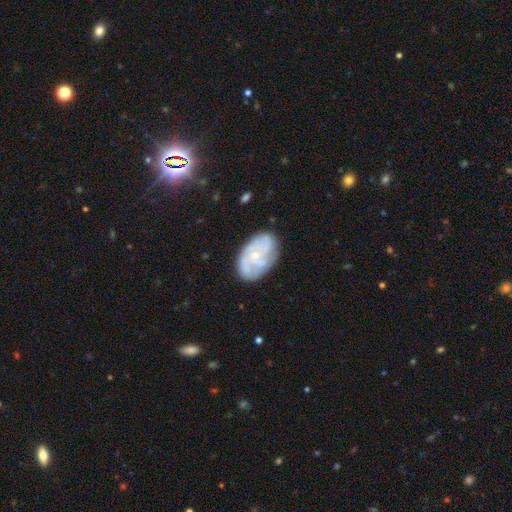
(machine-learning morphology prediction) This appears to be a featured or disk galaxy (72%) with no bar (75%), tight (52%) spiral arms (87%) and a small central bulge (72%). Merging: none (74%).